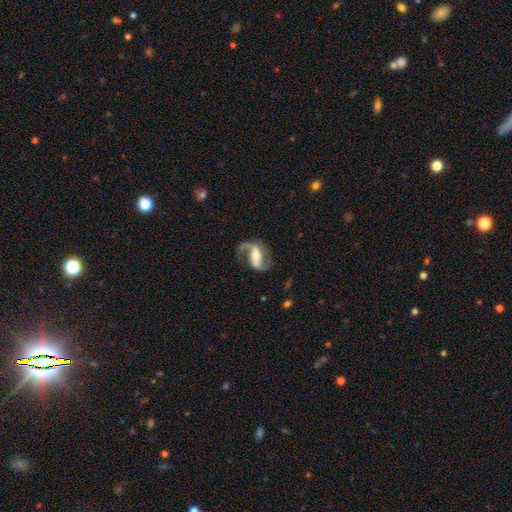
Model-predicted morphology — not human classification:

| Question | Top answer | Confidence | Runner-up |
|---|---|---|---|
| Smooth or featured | featured or disk | 87% | smooth (8%) |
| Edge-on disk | no | 96% | yes (4%) |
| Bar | strong | 49% | weak (32%) |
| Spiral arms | yes | 95% | no (5%) |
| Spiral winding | loose | 57% | medium (35%) |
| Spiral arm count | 2 | 85% | 1 (10%) |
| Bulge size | moderate | 54% | small (32%) |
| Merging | none | 71% | minor disturbance (15%) |